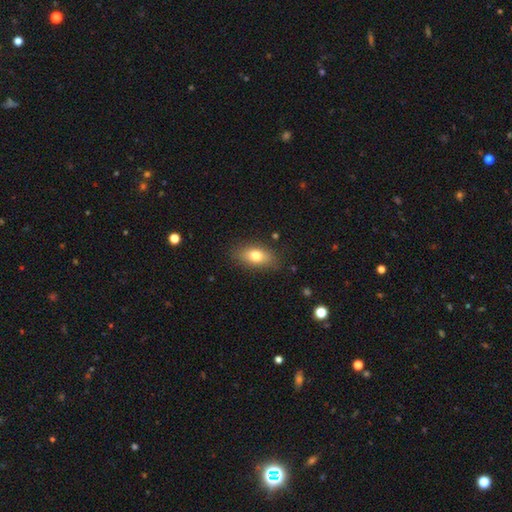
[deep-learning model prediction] This is likely a smooth galaxy (75%). How rounded: clearly in between (84%). Merging: clearly none (83%).